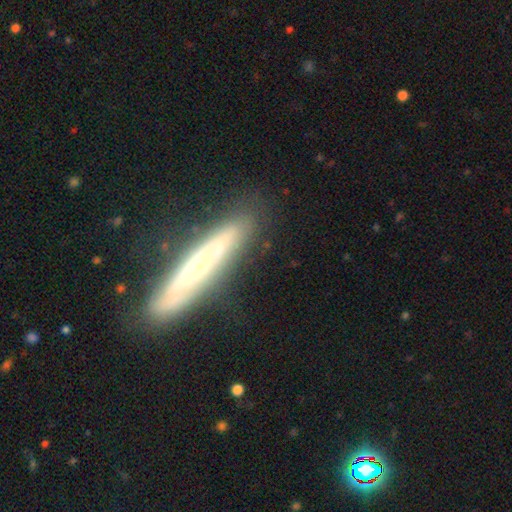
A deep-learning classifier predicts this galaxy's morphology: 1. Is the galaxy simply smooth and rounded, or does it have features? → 64% featured or disk, 27% smooth, 9% star or artifact.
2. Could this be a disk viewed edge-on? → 74% yes, 26% no.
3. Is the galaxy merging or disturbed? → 84% none, 12% minor disturbance, 3% major disturbance, 1% merger.